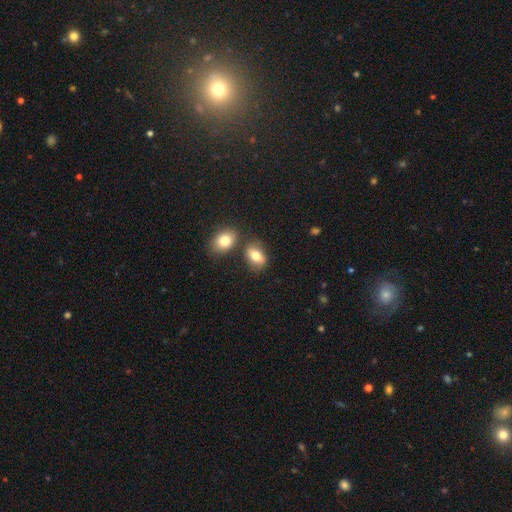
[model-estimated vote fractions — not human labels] Smooth or featured?
  - smooth: 74% *
  - featured or disk: 17%
  - star or artifact: 9%
How rounded?
  - in between: 82% *
  - round: 15%
  - cigar-shaped: 2%
Merging?
  - none: 63% *
  - merger: 16%
  - minor disturbance: 16%
  - major disturbance: 5%